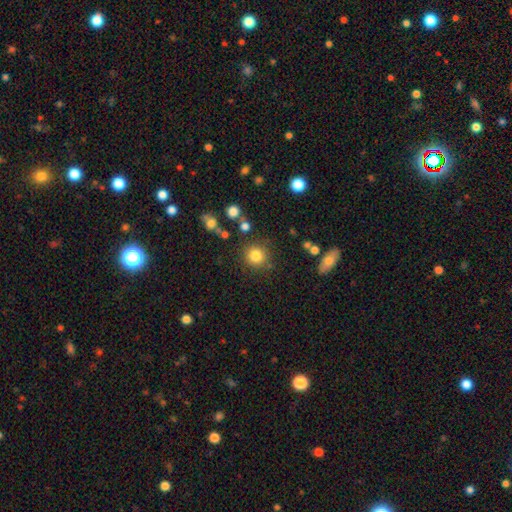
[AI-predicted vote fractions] Smooth or featured? Predicted: smooth (p=0.82). How rounded? Predicted: round (p=0.92). Merging? Predicted: none (p=0.84).